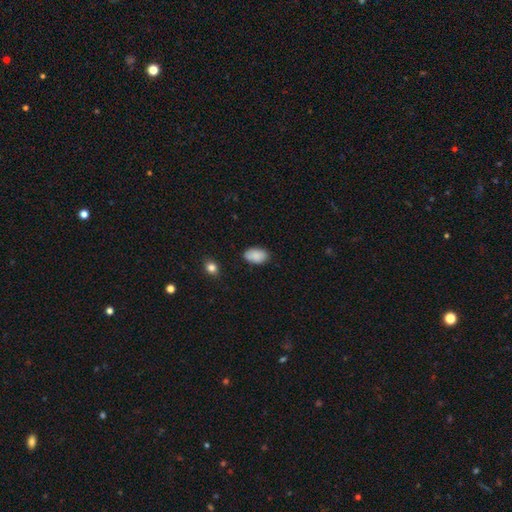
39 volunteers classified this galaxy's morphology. Smooth or featured? 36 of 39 (92%) said smooth. How rounded? 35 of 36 (97%) said in between. Merging? 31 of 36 (86%) said none.